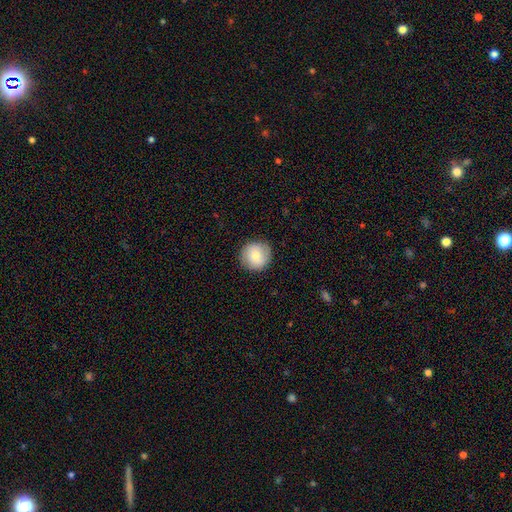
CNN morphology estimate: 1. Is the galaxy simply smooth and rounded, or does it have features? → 75% smooth, 17% featured or disk, 7% star or artifact.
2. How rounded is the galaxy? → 94% round, 5% in between, 1% cigar-shaped.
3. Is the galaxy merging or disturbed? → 87% none, 9% minor disturbance, 2% major disturbance, 1% merger.